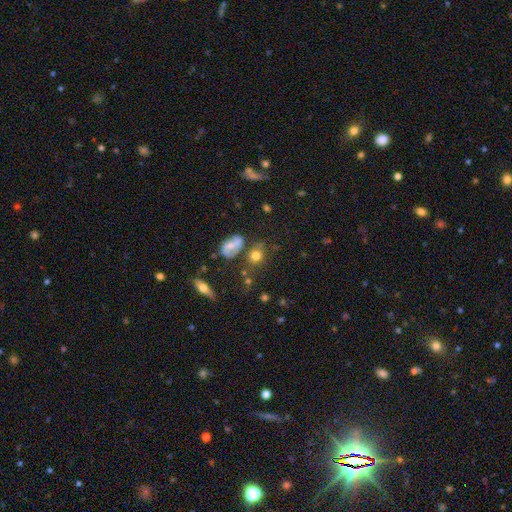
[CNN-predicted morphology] Smooth or featured? Predicted: smooth (p=0.70). How rounded? Predicted: round (p=0.73). Merging? Predicted: none (p=0.67).